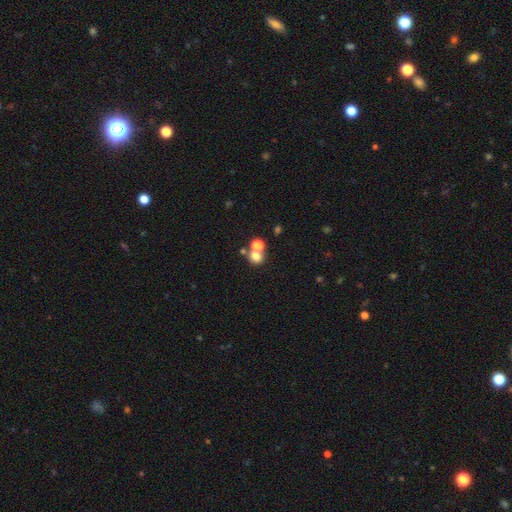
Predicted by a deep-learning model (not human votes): Smooth or featured? Predicted: smooth (p=0.72). How rounded? Predicted: round (p=0.77). Merging? Predicted: none (p=0.47).